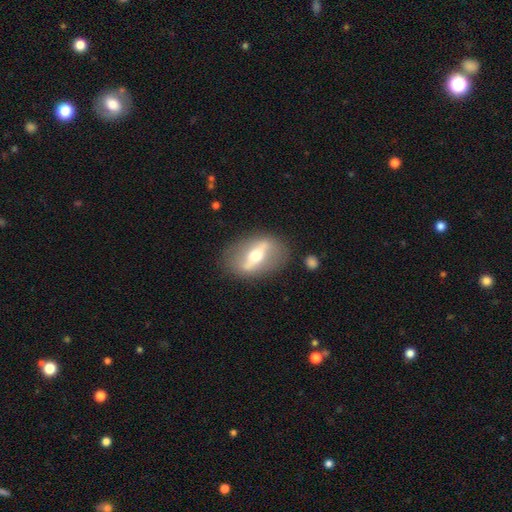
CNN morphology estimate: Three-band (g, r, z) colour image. It shows a featured or disk galaxy (66%). Merging: none (79%).